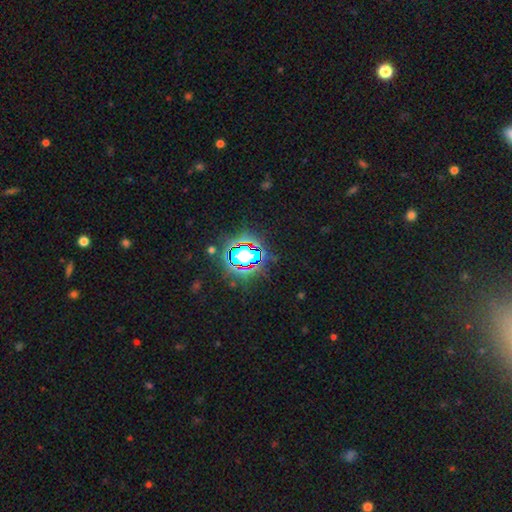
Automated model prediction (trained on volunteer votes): smooth-or-featured: star or artifact: 83% | smooth: 10% | featured or disk: 7%